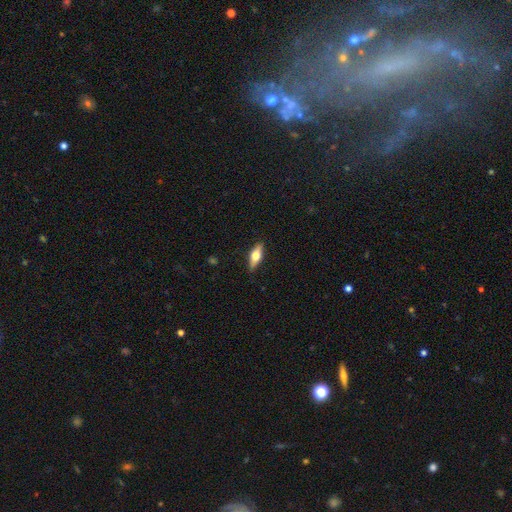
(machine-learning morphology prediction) A featured or disk galaxy (49%).

Vote fractions:
- Smooth or featured? featured or disk: 49% / smooth: 45% / star or artifact: 6%
- Merging? none: 87% / minor disturbance: 10% / major disturbance: 2% / merger: 1%